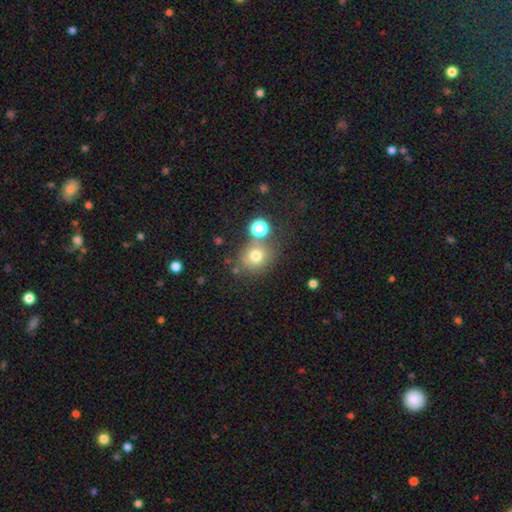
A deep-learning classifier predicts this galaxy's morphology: type=smooth (72%); roundness=round (82%); merging=none (66%).